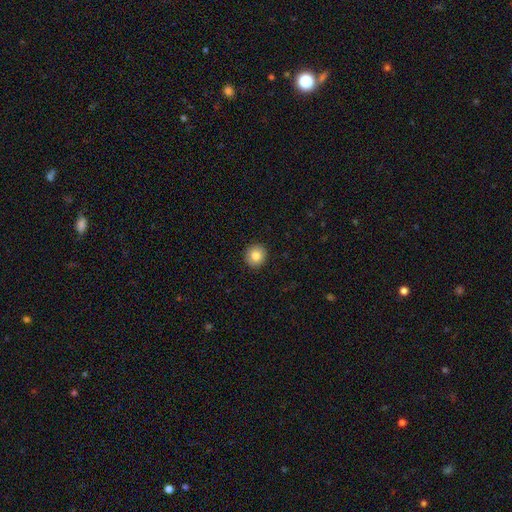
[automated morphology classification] A smooth galaxy with no disk features (84%) that is round (92%).

Vote fractions:
- Smooth or featured? smooth: 84% / star or artifact: 9% / featured or disk: 7%
- How rounded? round: 92% / in between: 7% / cigar-shaped: 1%
- Merging? none: 92% / minor disturbance: 5% / major disturbance: 2% / merger: 1%